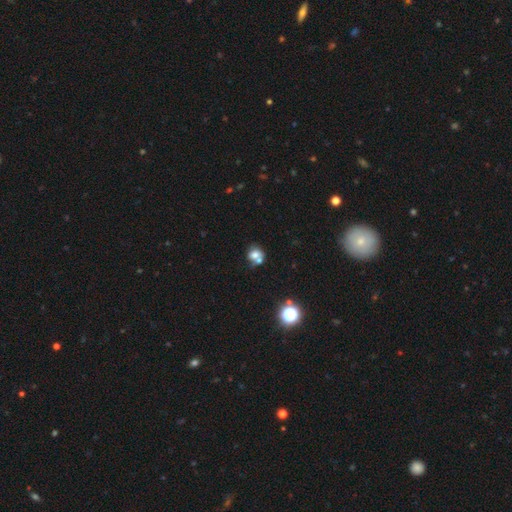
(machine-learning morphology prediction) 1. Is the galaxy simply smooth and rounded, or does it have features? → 65% smooth, 20% featured or disk, 15% star or artifact.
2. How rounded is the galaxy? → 66% round, 33% in between, 1% cigar-shaped.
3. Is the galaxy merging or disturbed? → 47% merger, 36% none, 11% minor disturbance, 6% major disturbance.